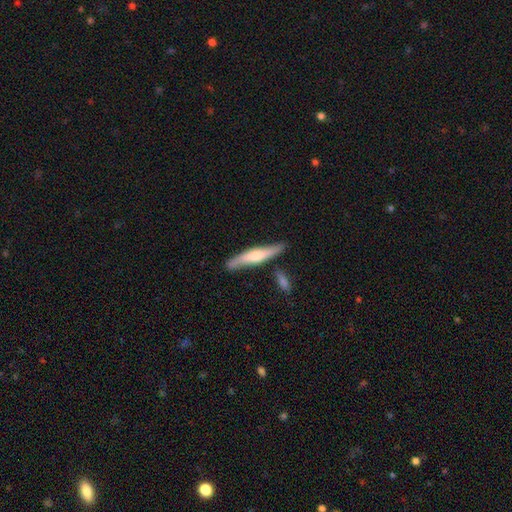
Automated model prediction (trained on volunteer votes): Smooth or featured?
  - featured or disk: 51% *
  - smooth: 43%
  - star or artifact: 5%
Edge-on disk?
  - yes: 84% *
  - no: 16%
Merging?
  - none: 74% *
  - minor disturbance: 16%
  - merger: 6%
  - major disturbance: 3%